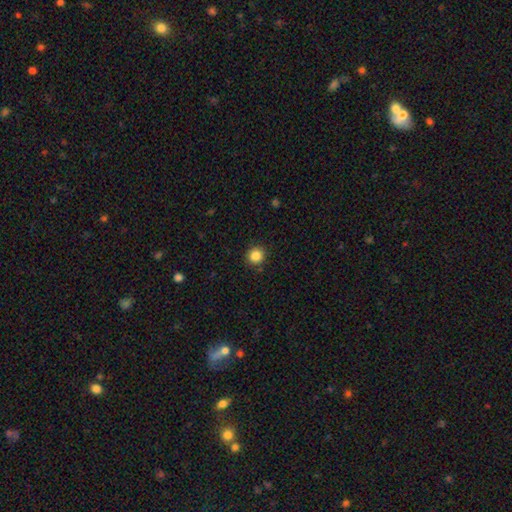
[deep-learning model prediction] smooth_or_featured: smooth (p=0.85) [alt: star or artifact p=0.11]
how_rounded: round (p=0.93) [alt: in between p=0.06]
merging: none (p=0.90) [alt: minor disturbance p=0.06]